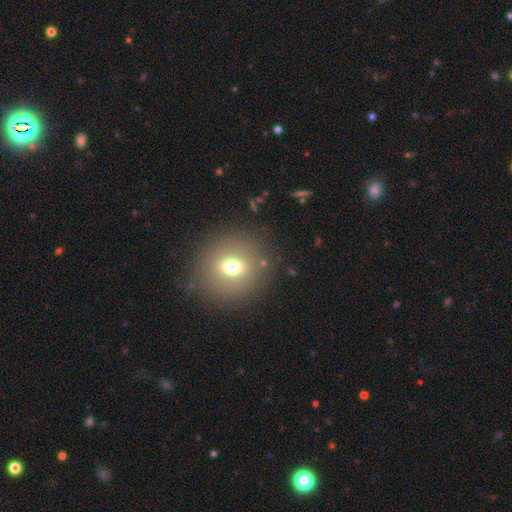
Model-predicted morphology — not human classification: type=smooth (52%); roundness=round (89%); merging=none (88%).